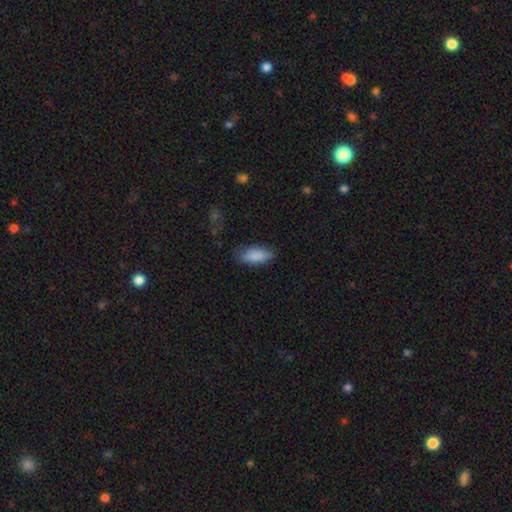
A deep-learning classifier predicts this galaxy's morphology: smooth-or-featured: smooth: 88% | star or artifact: 7% | featured or disk: 6%
  how-rounded: in between: 83% | cigar-shaped: 15% | round: 2%
  merging: none: 77% | minor disturbance: 18% | major disturbance: 4% | merger: 1%